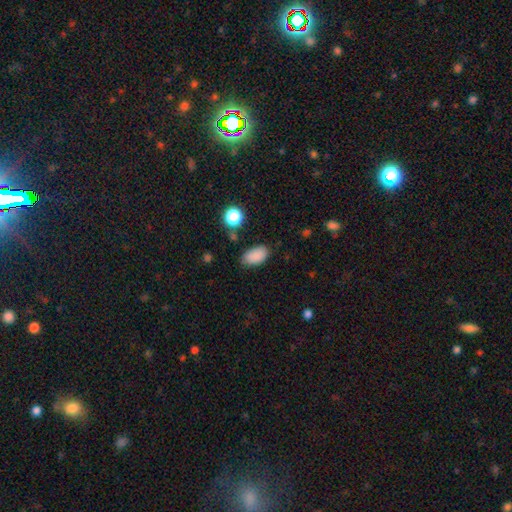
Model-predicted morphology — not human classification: The model was most divided on "merging": none: 78%, minor disturbance: 16%, major disturbance: 4%, merger: 3%. More confident: how rounded — in between (93%); smooth or featured — smooth (86%).